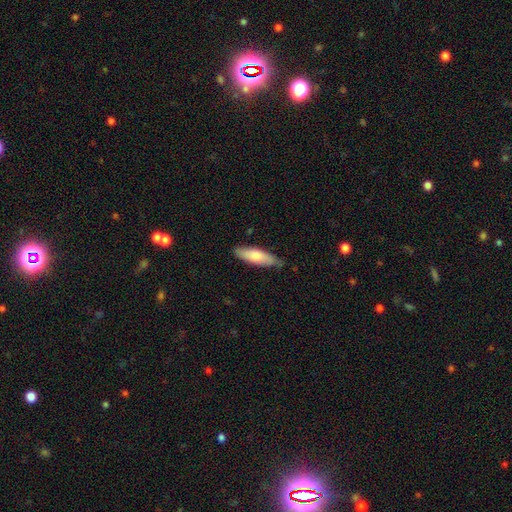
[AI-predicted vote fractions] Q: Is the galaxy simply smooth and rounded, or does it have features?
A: smooth — 76%.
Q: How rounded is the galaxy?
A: cigar-shaped — 50%.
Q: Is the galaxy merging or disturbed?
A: none — 76%.